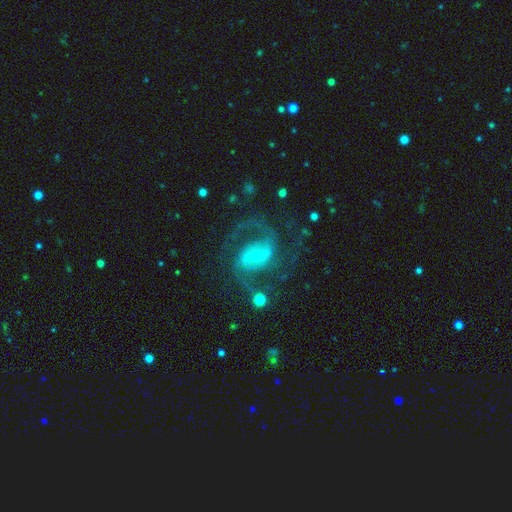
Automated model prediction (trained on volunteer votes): smooth-or-featured: featured or disk: 90% | star or artifact: 5% | smooth: 5%
  disk-edge-on: no: 98% | yes: 2%
    bar: weak: 47% | strong: 30% | no: 23%
    has-spiral-arms: yes: 97% | no: 3%
      spiral-winding: medium: 59% | loose: 22% | tight: 19%
      spiral-arm-count: 2: 75% | 3: 10% | can't tell: 6% | 1: 3% | 4: 3% | more than 4: 3%
    bulge-size: small: 61% | moderate: 34% | large: 2% | none: 1% | dominant: 1%
  merging: none: 67% | minor disturbance: 16% | major disturbance: 15% | merger: 3%